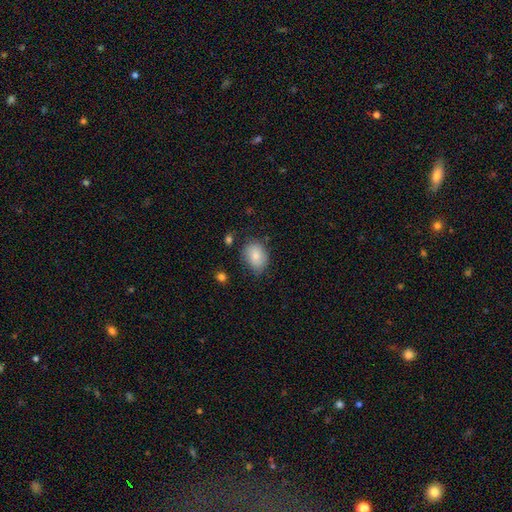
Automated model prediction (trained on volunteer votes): Overall: smooth (81%). How rounded: in between (68%; round 31%). Merging: none (69%).